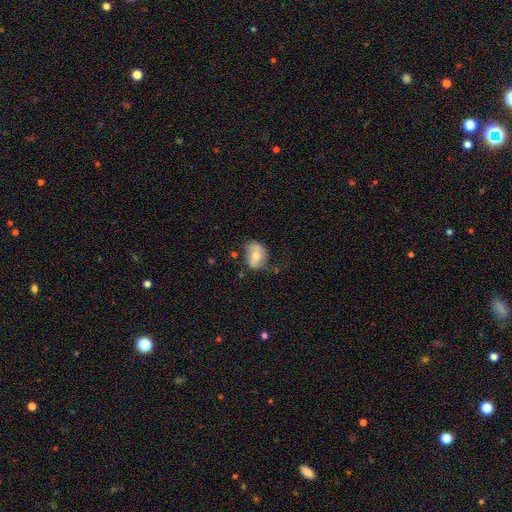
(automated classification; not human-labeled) Smooth or featured: smooth — 63% (featured or disk — 29%)
How rounded: in between — 71% (round — 27%)
Merging: none — 56% (minor disturbance — 31%)